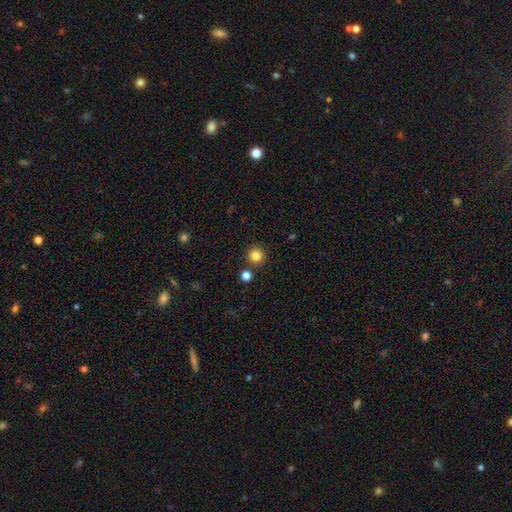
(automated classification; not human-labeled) Overall: smooth (83%). How rounded: round (95%). Merging: none (88%).